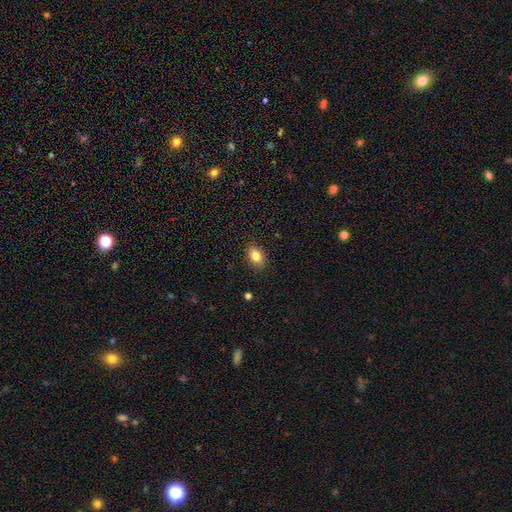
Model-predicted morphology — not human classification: The model was most divided on "how rounded": in between: 80%, round: 18%, cigar-shaped: 1%. More confident: merging — none (87%); smooth or featured — smooth (83%).